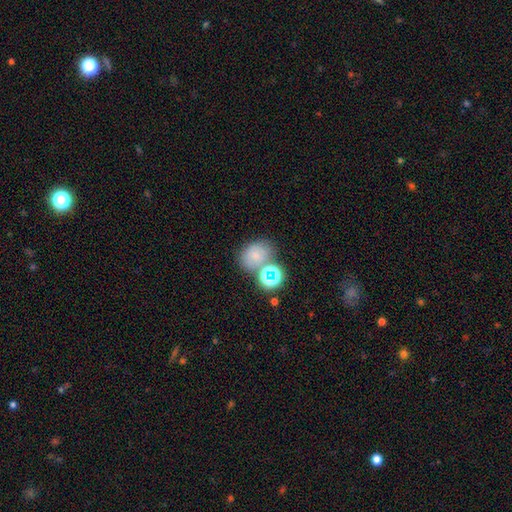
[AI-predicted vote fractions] smooth_or_featured: smooth (p=0.65) [alt: star or artifact p=0.21]
how_rounded: in between (p=0.51) [alt: round p=0.48]
merging: none (p=0.56) [alt: merger p=0.23]